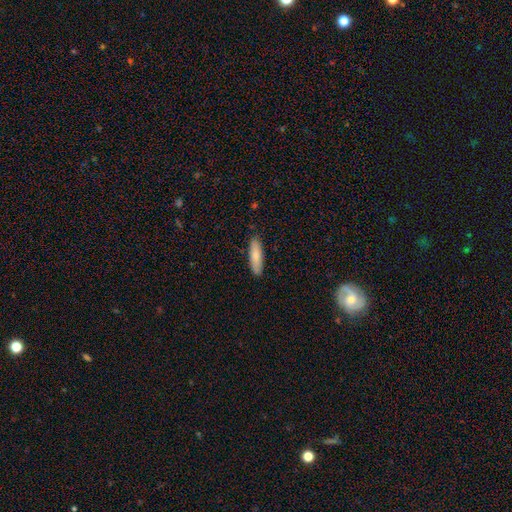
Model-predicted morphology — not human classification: Smooth or featured? Predicted: smooth (p=0.80). How rounded? Predicted: cigar-shaped (p=0.60). Merging? Predicted: none (p=0.88).